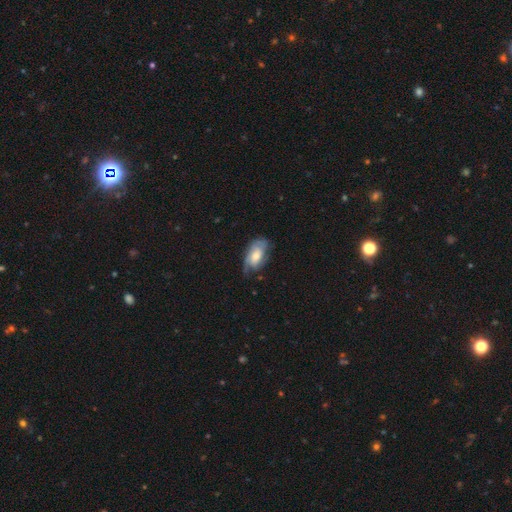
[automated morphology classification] A featured or disk galaxy (49%).

Vote fractions:
- Smooth or featured? featured or disk: 49% / smooth: 44% / star or artifact: 7%
- Merging? none: 53% / minor disturbance: 31% / major disturbance: 14% / merger: 2%